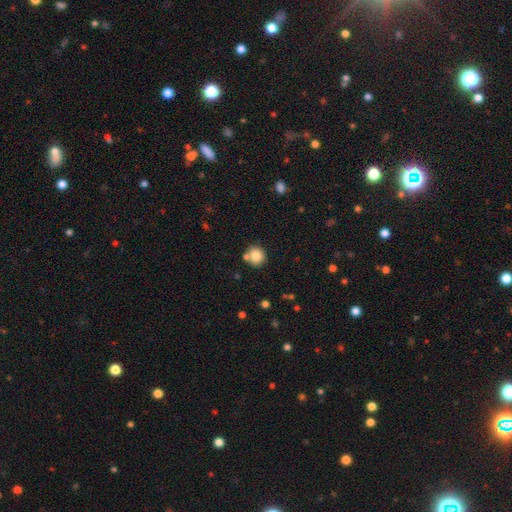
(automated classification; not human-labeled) A smooth galaxy with no disk features (83%) that is round (88%).

Vote fractions:
- Smooth or featured? smooth: 83% / star or artifact: 10% / featured or disk: 7%
- How rounded? round: 88% / in between: 11% / cigar-shaped: 1%
- Merging? none: 71% / merger: 16% / minor disturbance: 10% / major disturbance: 3%